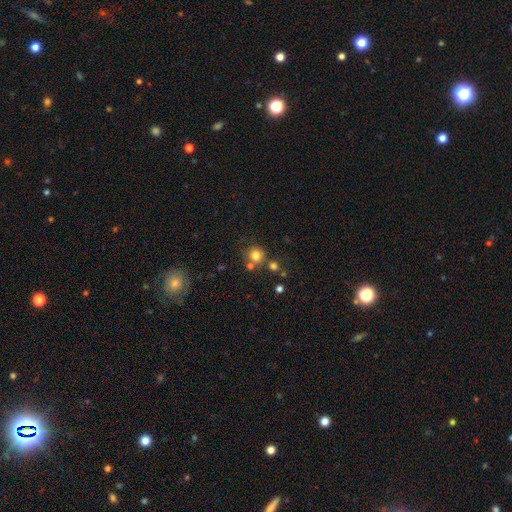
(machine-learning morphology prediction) Overall: smooth (78%). How rounded: round (90%). Merging: none (67%).